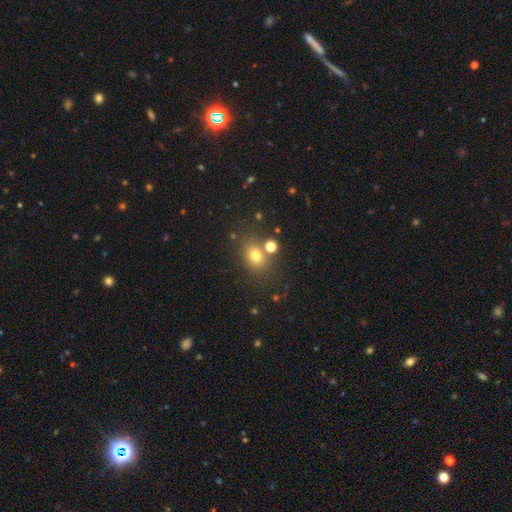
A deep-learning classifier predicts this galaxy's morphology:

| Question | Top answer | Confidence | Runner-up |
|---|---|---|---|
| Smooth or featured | smooth | 74% | star or artifact (16%) |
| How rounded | round | 51% | in between (48%) |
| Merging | none | 70% | merger (13%) |